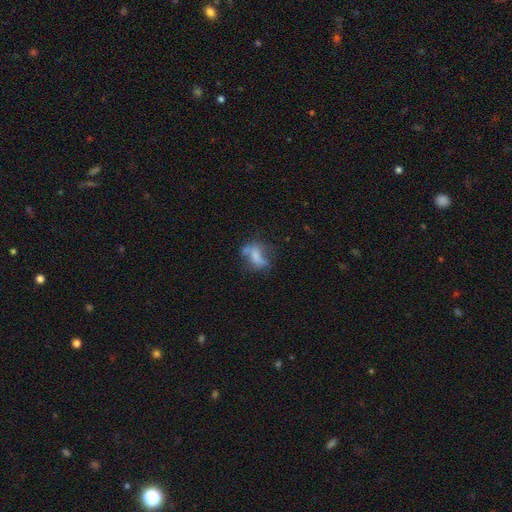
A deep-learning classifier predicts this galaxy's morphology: smooth_or_featured: smooth (p=0.48) [alt: featured or disk p=0.40]
merging: none (p=0.36) [alt: major disturbance p=0.29]